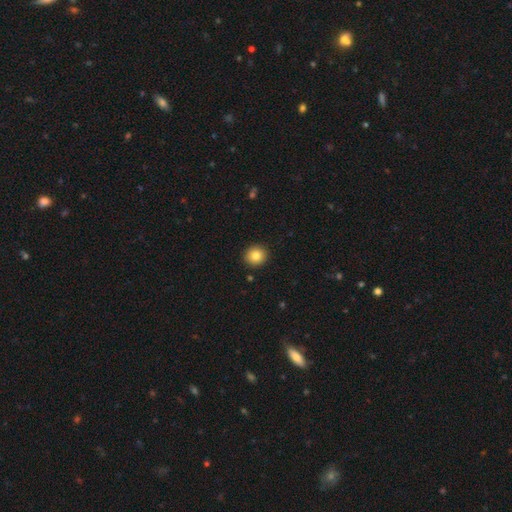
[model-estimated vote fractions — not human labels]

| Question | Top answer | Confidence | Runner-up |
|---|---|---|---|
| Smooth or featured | smooth | 82% | star or artifact (10%) |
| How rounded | round | 89% | in between (10%) |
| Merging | none | 92% | minor disturbance (6%) |